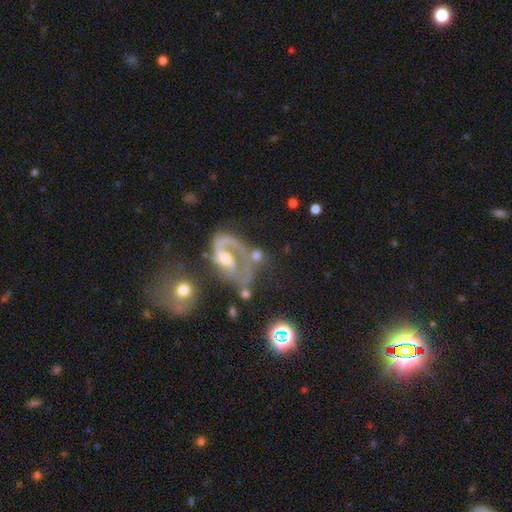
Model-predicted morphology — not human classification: Q: Smooth or featured?
A: featured or disk (64%); runner-up: smooth (24%)
Q: Edge-on disk?
A: no (95%); runner-up: yes (5%)
Q: Bar?
A: no (48%); runner-up: weak (37%)
Q: Spiral arms?
A: yes (79%); runner-up: no (21%)
Q: Bulge size?
A: moderate (53%); runner-up: small (26%)
Q: Merging?
A: none (34%); runner-up: merger (29%)